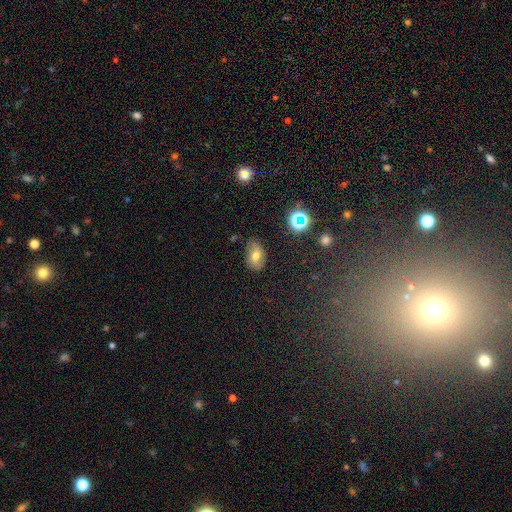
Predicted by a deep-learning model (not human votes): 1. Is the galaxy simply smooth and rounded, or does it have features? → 60% smooth, 24% featured or disk, 16% star or artifact.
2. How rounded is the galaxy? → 84% in between, 14% round, 1% cigar-shaped.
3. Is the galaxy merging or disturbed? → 69% none, 23% minor disturbance, 5% major disturbance, 2% merger.